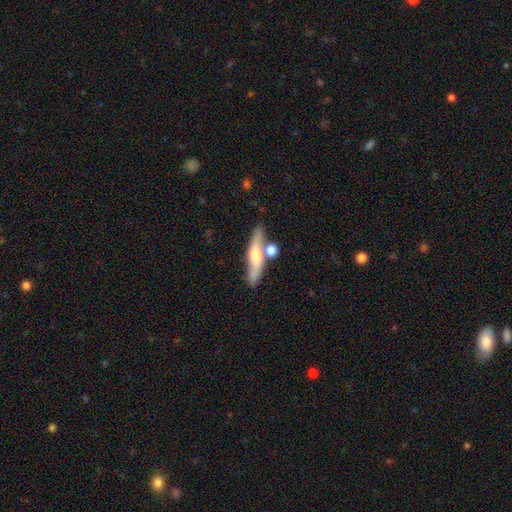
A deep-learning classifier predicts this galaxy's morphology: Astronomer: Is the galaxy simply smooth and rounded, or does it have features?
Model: featured or disk — 48% (runner-up: smooth, 45%).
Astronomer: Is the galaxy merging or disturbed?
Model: none — 62%.